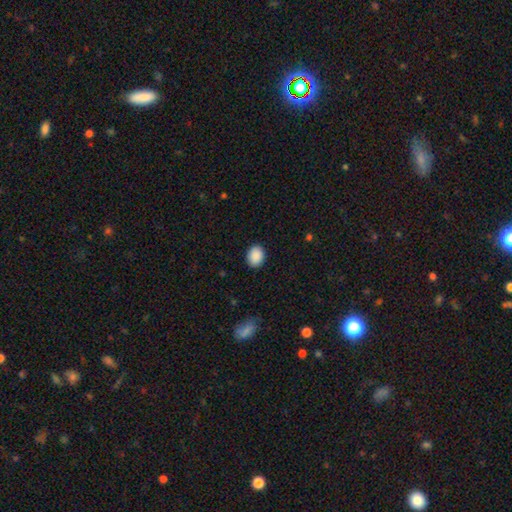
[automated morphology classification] Q: Smooth or featured?
A: smooth (90%); runner-up: star or artifact (7%)
Q: How rounded?
A: in between (58%); runner-up: round (41%)
Q: Merging?
A: none (90%); runner-up: minor disturbance (7%)